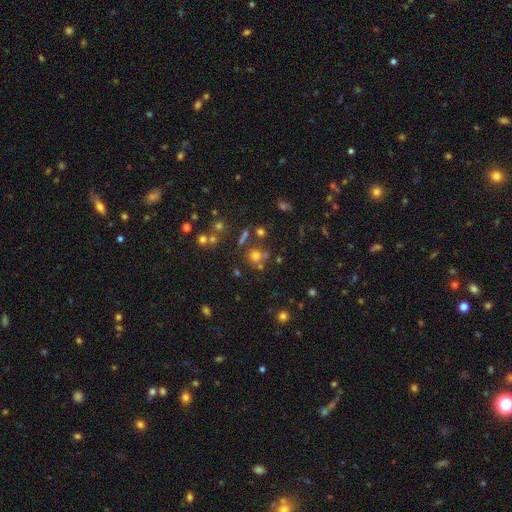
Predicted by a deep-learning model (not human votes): Q: Smooth or featured?
A: smooth (62%); runner-up: star or artifact (25%)
Q: How rounded?
A: round (87%); runner-up: in between (12%)
Q: Merging?
A: none (65%); runner-up: merger (20%)